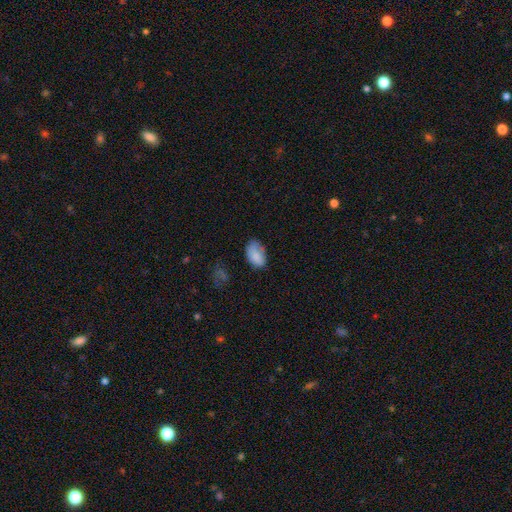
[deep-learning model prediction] The model was most divided on "merging": none: 59%, minor disturbance: 31%, major disturbance: 8%, merger: 2%. More confident: how rounded — in between (92%); smooth or featured — smooth (84%).